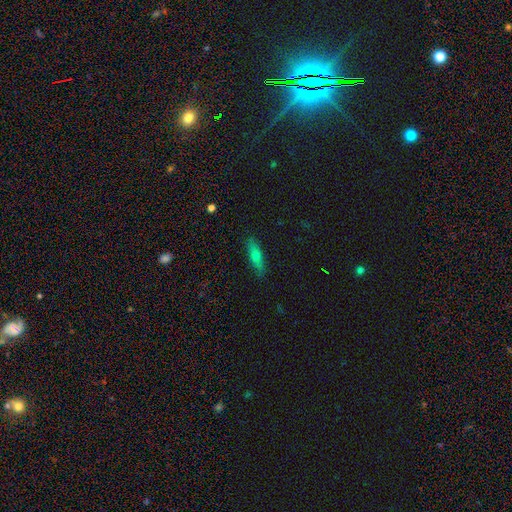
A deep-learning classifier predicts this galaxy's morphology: The model was most divided on "smooth or featured": smooth: 56%, featured or disk: 36%, star or artifact: 8%. More confident: merging — none (86%); how rounded — cigar-shaped (69%).